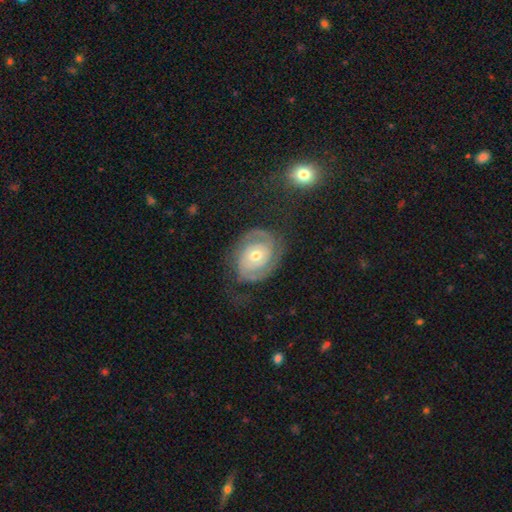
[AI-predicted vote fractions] This appears to be a featured or disk galaxy (85%) with no bar (73%), 2 (78%) tight (66%) spiral arms (94%) and a moderate central bulge (63%). Merging: none (71%).